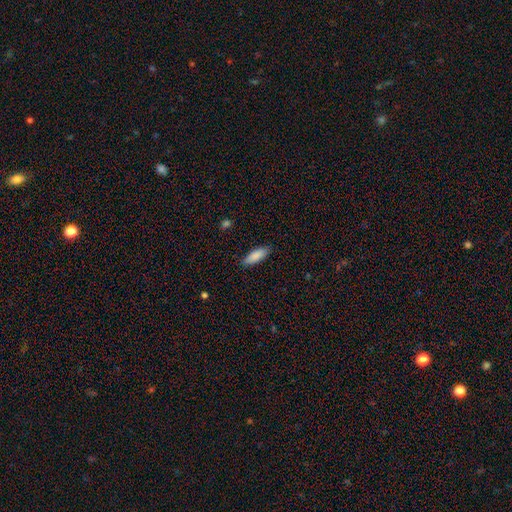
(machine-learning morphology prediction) A smooth galaxy with no disk features (87%) that is in between round and cigar-shaped (60%). Merging: none (88%).